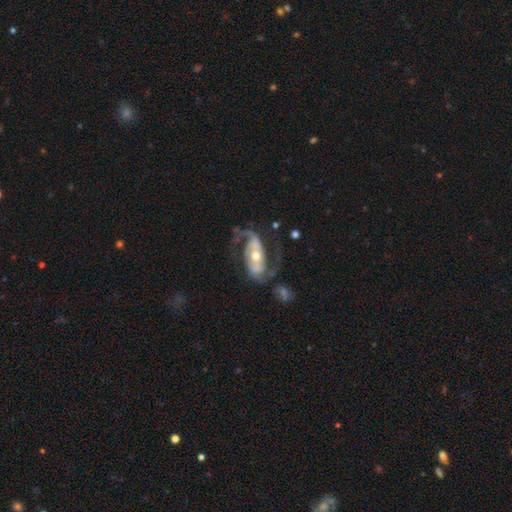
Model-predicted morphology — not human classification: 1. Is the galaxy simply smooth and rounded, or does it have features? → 89% featured or disk, 7% smooth, 4% star or artifact.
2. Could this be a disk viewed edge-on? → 96% no, 4% yes.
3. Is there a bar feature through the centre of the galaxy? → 41% no, 30% strong, 29% weak.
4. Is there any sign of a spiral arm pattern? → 95% yes, 5% no.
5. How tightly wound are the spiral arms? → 43% medium (tied), 43% loose (tied), 13% tight.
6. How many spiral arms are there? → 90% 2, 3% can't tell, 3% 1, 2% 3, 1% 4, 1% more than 4.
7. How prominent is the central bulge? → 67% moderate, 25% small, 6% large, 1% dominant, 1% none.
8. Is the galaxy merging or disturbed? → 60% none, 20% major disturbance, 16% minor disturbance, 4% merger.